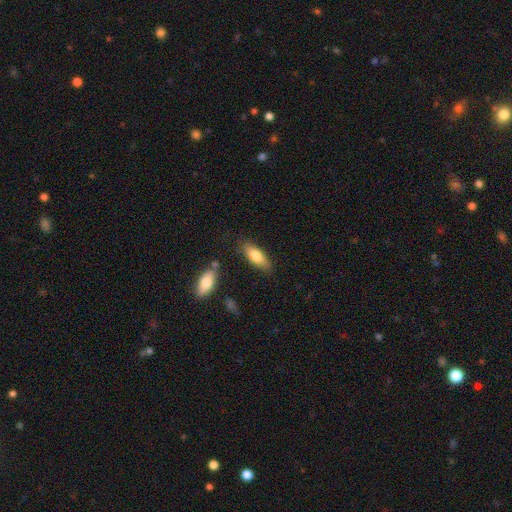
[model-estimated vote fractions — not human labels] A smooth galaxy with no disk features (76%) that is in between round and cigar-shaped (69%).

Vote fractions:
- Smooth or featured? smooth: 76% / featured or disk: 18% / star or artifact: 6%
- How rounded? in between: 69% / cigar-shaped: 29% / round: 2%
- Merging? none: 79% / minor disturbance: 14% / merger: 4% / major disturbance: 3%